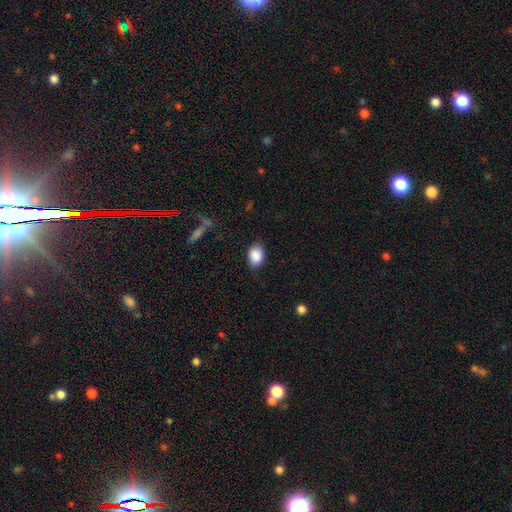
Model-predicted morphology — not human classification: smooth_or_featured: smooth (p=0.89) [alt: star or artifact p=0.07]
how_rounded: in between (p=0.79) [alt: round p=0.20]
merging: none (p=0.81) [alt: minor disturbance p=0.15]